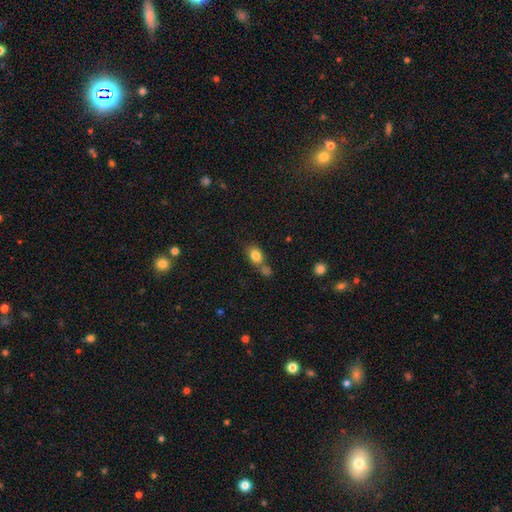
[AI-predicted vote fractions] This is clearly a smooth galaxy (81%). How rounded: likely in between (71%). Merging: possibly none (49%).